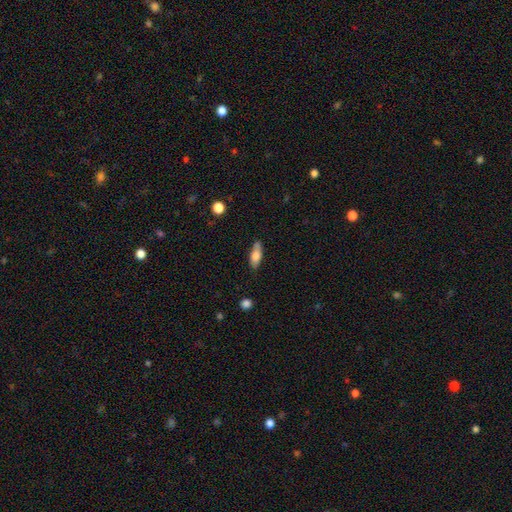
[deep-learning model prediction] The model was most divided on "smooth or featured": smooth: 71%, featured or disk: 22%, star or artifact: 7%. More confident: how rounded — in between (74%); merging — none (71%).